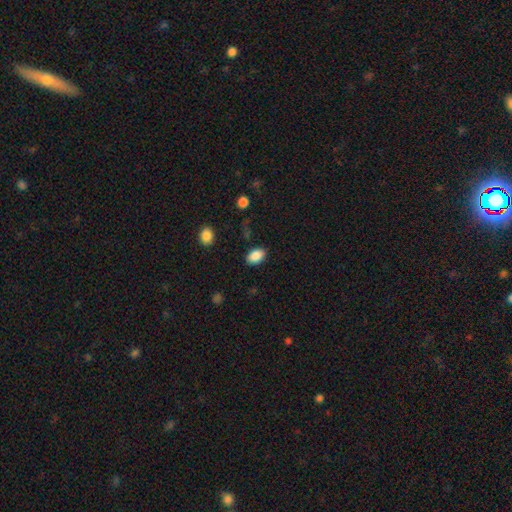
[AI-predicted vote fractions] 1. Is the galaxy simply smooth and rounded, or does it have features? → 88% smooth, 8% star or artifact, 4% featured or disk.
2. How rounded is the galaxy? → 87% in between, 11% round, 1% cigar-shaped.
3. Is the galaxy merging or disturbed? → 85% none, 10% minor disturbance, 3% major disturbance, 2% merger.